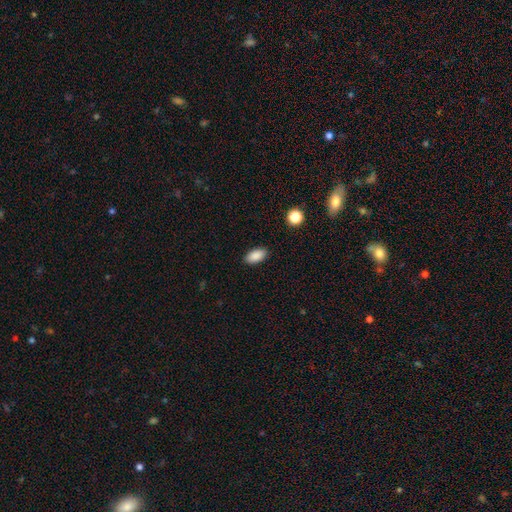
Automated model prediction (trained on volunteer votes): The model was most divided on "merging": none: 88%, minor disturbance: 8%, major disturbance: 2%, merger: 1%. More confident: how rounded — in between (93%); smooth or featured — smooth (89%).